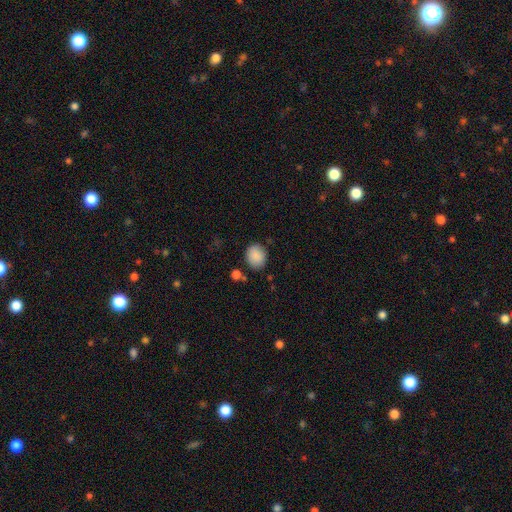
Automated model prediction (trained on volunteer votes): Smooth or featured?
  - smooth: 88% *
  - star or artifact: 8%
  - featured or disk: 4%
How rounded?
  - round: 59% *
  - in between: 40%
  - cigar-shaped: 1%
Merging?
  - none: 80% *
  - minor disturbance: 12%
  - merger: 4%
  - major disturbance: 3%